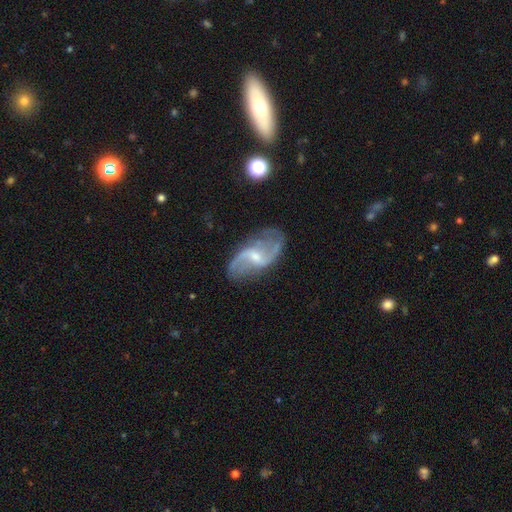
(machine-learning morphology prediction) smooth-or-featured: featured or disk: 86% | star or artifact: 7% | smooth: 7%
  disk-edge-on: no: 95% | yes: 5%
    bar: weak: 51% | no: 28% | strong: 22%
    has-spiral-arms: yes: 96% | no: 4%
      spiral-winding: loose: 64% | medium: 27% | tight: 9%
      spiral-arm-count: 2: 89% | can't tell: 4% | 3: 2% | 1: 2% | 4: 1% | more than 4: 1%
    bulge-size: small: 55% | moderate: 38% | none: 4% | large: 2% | dominant: 1%
  merging: none: 78% | minor disturbance: 14% | major disturbance: 5% | merger: 2%